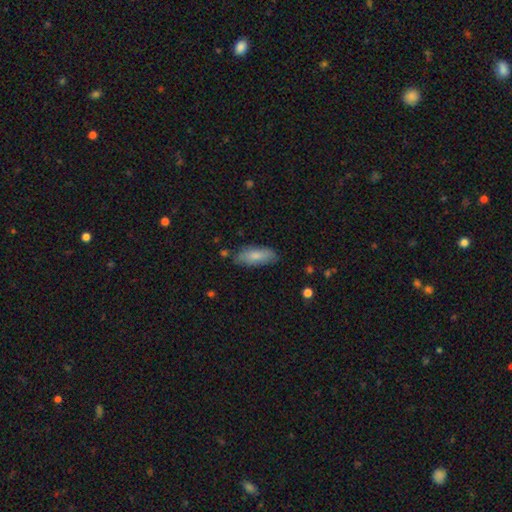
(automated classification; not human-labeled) Smooth or featured?
  - smooth: 79% *
  - featured or disk: 15%
  - star or artifact: 6%
How rounded?
  - in between: 76% *
  - cigar-shaped: 22%
  - round: 2%
Merging?
  - none: 78% *
  - minor disturbance: 17%
  - major disturbance: 3%
  - merger: 2%